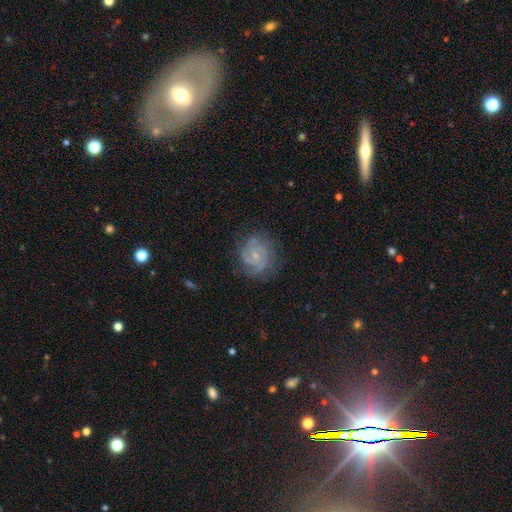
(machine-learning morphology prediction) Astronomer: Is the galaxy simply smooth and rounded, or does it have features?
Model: featured or disk — 76%.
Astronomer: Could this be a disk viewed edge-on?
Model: no — 98%.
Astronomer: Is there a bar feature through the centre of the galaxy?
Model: no — 69%.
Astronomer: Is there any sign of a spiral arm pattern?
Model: yes — 94%.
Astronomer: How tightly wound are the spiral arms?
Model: tight — 57% (runner-up: medium, 34%).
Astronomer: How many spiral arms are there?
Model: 2 — 32% (runner-up: can't tell, 27%).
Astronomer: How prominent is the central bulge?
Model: small — 75%.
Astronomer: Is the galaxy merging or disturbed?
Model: none — 74%.